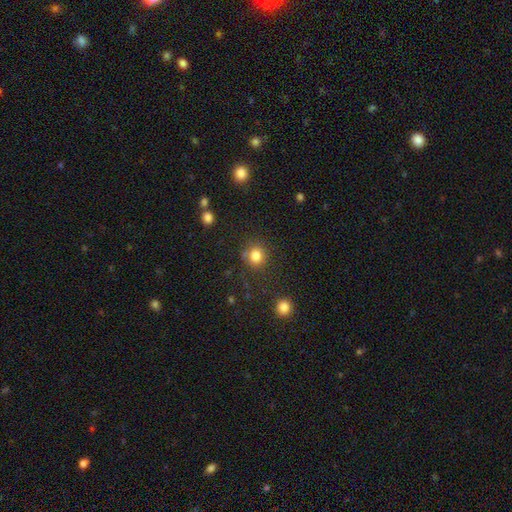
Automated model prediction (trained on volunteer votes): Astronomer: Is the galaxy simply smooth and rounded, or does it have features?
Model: smooth — 82%.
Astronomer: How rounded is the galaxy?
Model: round — 83%.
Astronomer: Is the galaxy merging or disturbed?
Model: none — 77%.